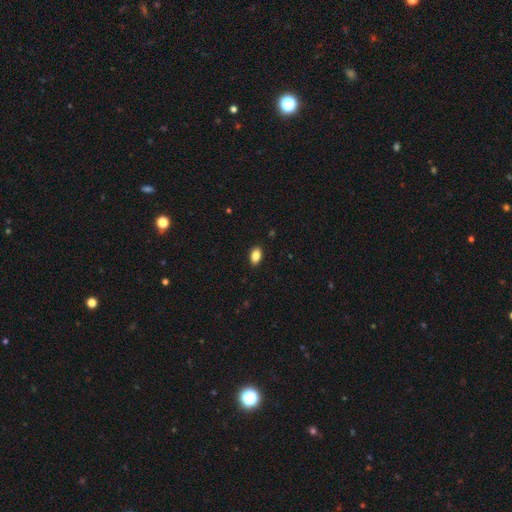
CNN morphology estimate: Q: Smooth or featured?
A: smooth (86%); runner-up: star or artifact (9%)
Q: How rounded?
A: in between (89%); runner-up: round (9%)
Q: Merging?
A: none (89%); runner-up: minor disturbance (8%)